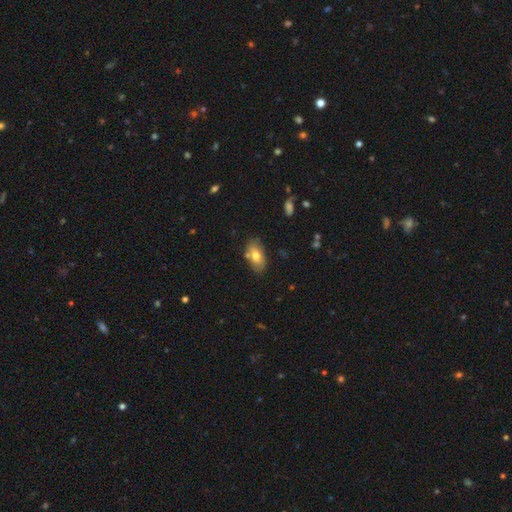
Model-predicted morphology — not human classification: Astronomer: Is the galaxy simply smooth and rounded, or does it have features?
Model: smooth — 67%.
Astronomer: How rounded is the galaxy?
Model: in between — 91%.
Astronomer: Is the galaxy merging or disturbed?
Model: none — 73%.